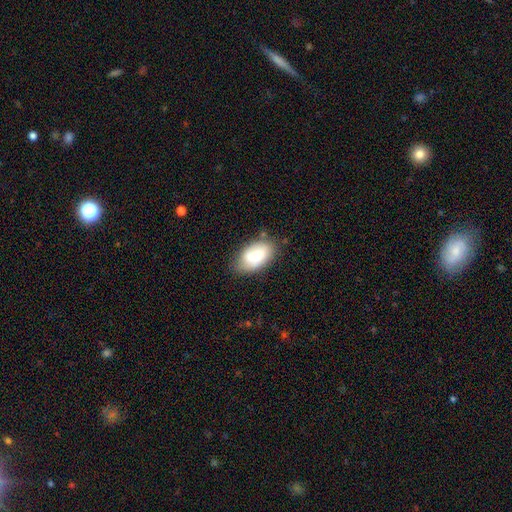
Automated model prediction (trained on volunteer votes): Overall: smooth (68%). How rounded: in between (94%). Merging: none (72%).